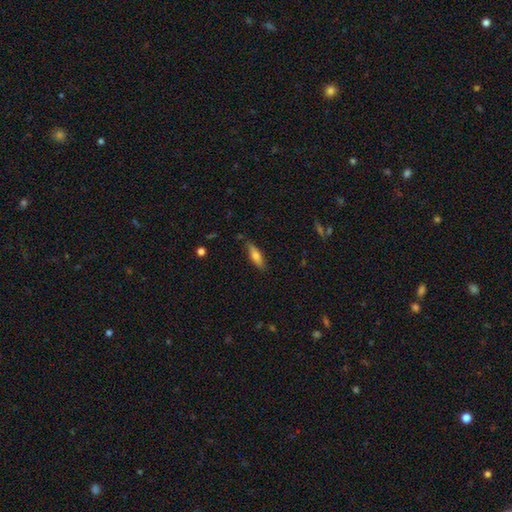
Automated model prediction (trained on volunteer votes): smooth 69%, featured or disk 25%, star or artifact 7%. Down the decision tree: how rounded — cigar-shaped (58%); merging — none (83%).